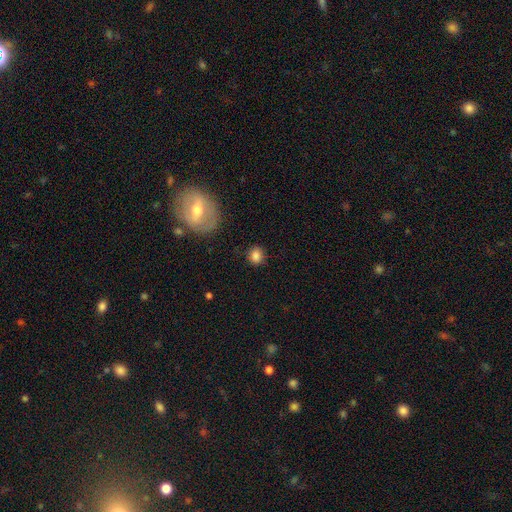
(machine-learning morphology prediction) Q: Smooth or featured?
A: smooth (82%); runner-up: star or artifact (10%)
Q: How rounded?
A: round (74%); runner-up: in between (25%)
Q: Merging?
A: none (83%); runner-up: minor disturbance (11%)